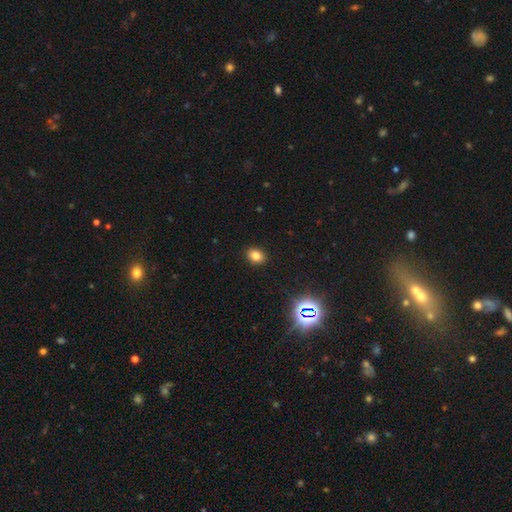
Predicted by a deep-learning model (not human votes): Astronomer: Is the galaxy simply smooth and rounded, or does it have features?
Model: smooth — 80%.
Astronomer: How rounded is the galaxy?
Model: in between — 59% (runner-up: round, 40%).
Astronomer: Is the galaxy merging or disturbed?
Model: none — 90%.